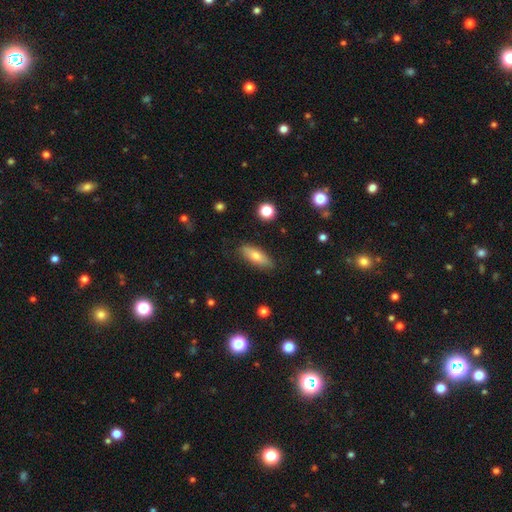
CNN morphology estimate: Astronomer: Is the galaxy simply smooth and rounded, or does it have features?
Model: smooth — 68%.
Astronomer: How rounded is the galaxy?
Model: in between — 64%.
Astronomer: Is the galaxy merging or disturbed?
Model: none — 84%.